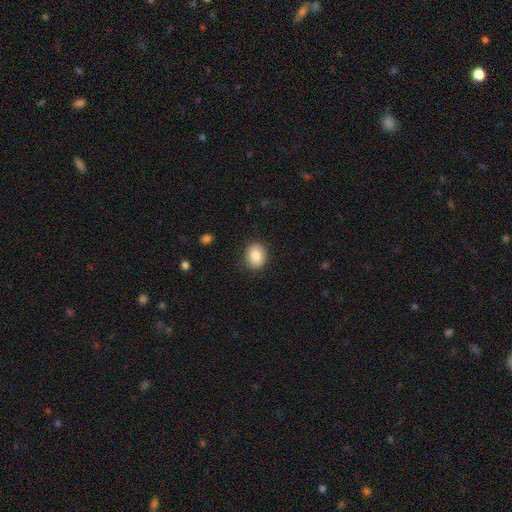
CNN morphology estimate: Smooth or featured? Predicted: smooth (p=0.85). How rounded? Predicted: round (p=0.61). Merging? Predicted: none (p=0.89).